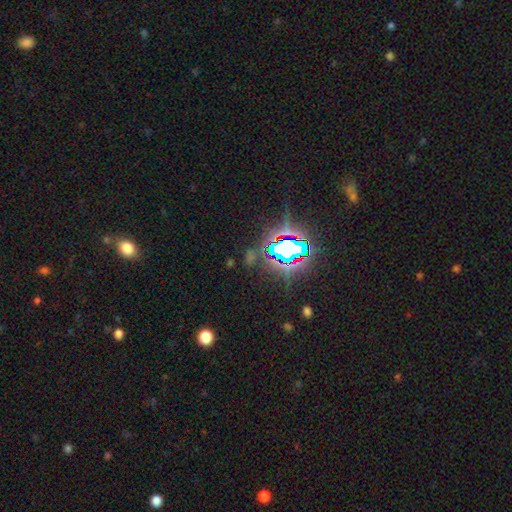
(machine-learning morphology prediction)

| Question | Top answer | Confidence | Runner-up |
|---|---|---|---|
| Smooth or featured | star or artifact | 78% | smooth (12%) |